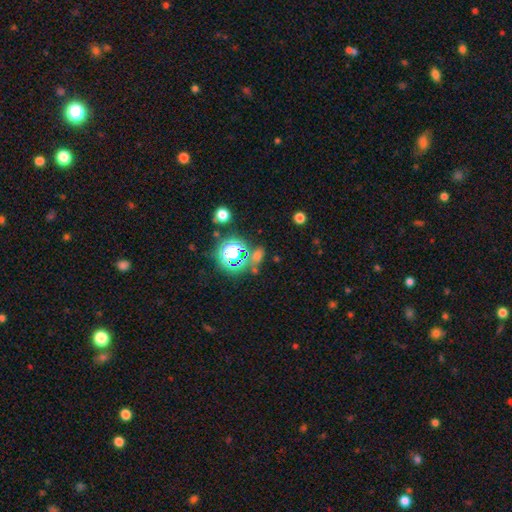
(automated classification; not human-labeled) This appears to be a star or artifact, not a galaxy (64%).